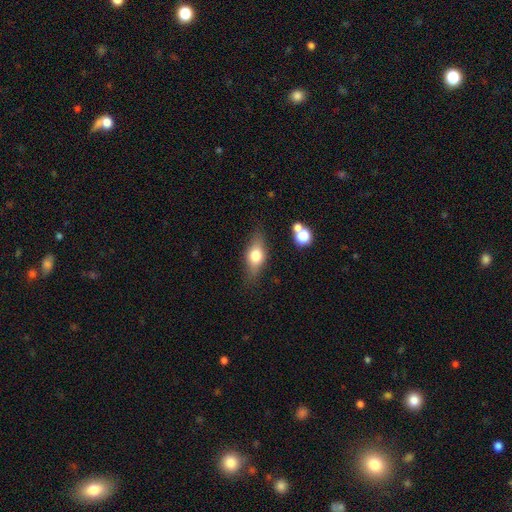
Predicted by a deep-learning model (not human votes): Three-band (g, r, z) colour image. It shows a smooth galaxy with no disk features (64%) that is in between round and cigar-shaped (73%). Merging: none (78%).